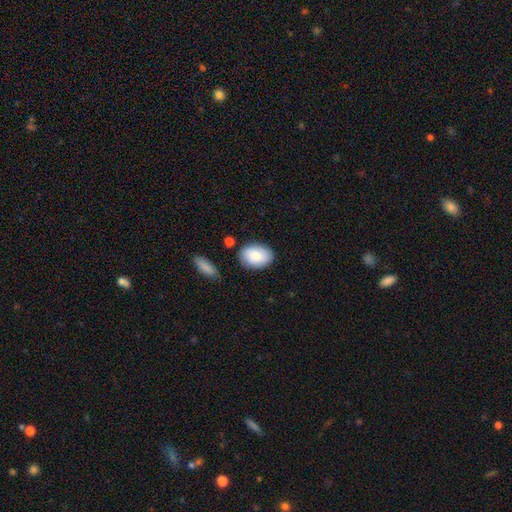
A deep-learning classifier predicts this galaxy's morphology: type=smooth (82%); roundness=in between (85%); merging=none (78%).